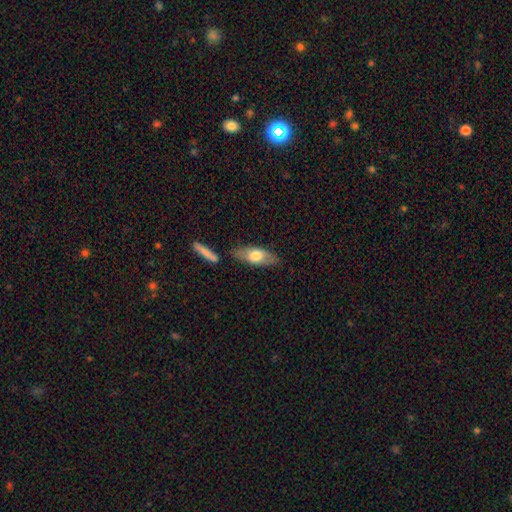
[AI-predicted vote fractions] Smooth or featured: smooth — 63% (featured or disk — 32%)
How rounded: in between — 69% (cigar-shaped — 28%)
Merging: none — 77% (minor disturbance — 14%)